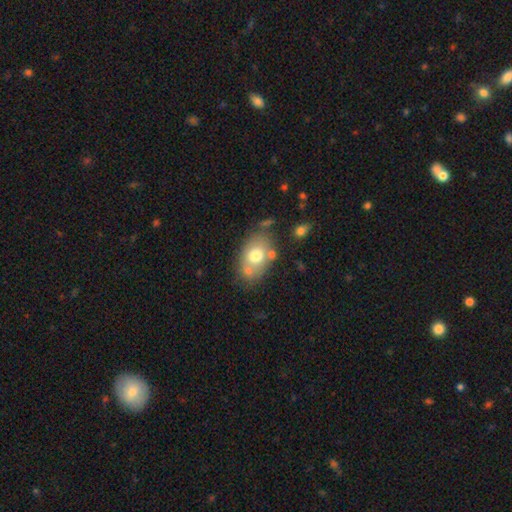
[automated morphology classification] A smooth galaxy with no disk features (67%) that is in between round and cigar-shaped (81%).

Vote fractions:
- Smooth or featured? smooth: 67% / featured or disk: 25% / star or artifact: 9%
- How rounded? in between: 81% / round: 18% / cigar-shaped: 1%
- Merging? none: 62% / minor disturbance: 18% / merger: 14% / major disturbance: 6%